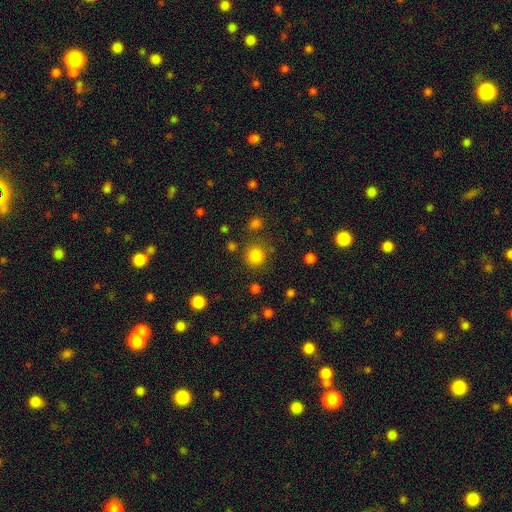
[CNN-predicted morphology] smooth_or_featured: smooth (p=0.83) [alt: star or artifact p=0.13]
how_rounded: round (p=0.92) [alt: in between p=0.07]
merging: none (p=0.82) [alt: minor disturbance p=0.08]